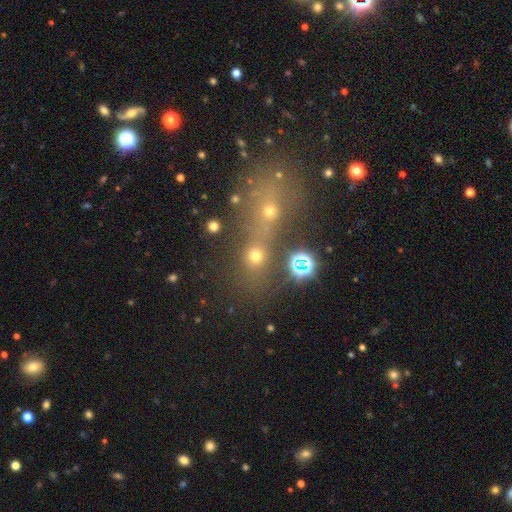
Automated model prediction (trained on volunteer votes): This is likely a smooth galaxy (62%). How rounded: likely round (73%). Merging: possibly none (50%).